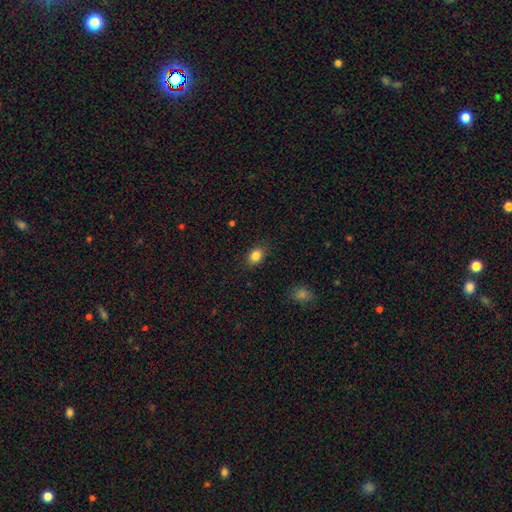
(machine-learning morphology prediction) smooth_or_featured: smooth (p=0.85) [alt: star or artifact p=0.10]
how_rounded: in between (p=0.63) [alt: round p=0.36]
merging: none (p=0.86) [alt: minor disturbance p=0.10]